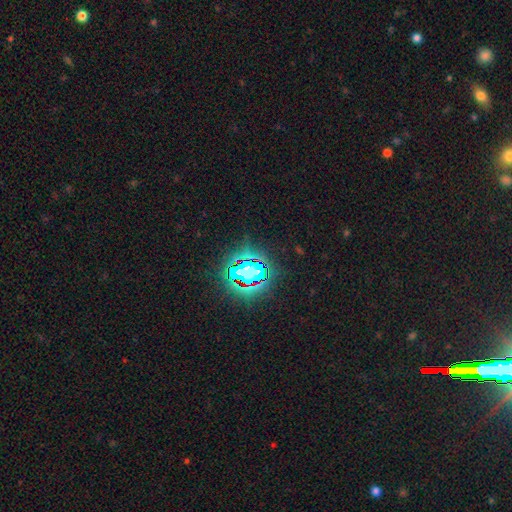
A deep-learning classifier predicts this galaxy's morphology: This is clearly a star or artifact rather than a galaxy (83%).